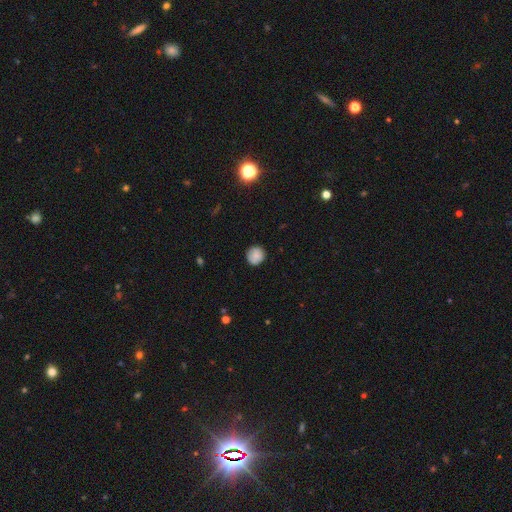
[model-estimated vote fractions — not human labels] A smooth galaxy with no disk features (84%) that is round (93%). Merging: none (86%).